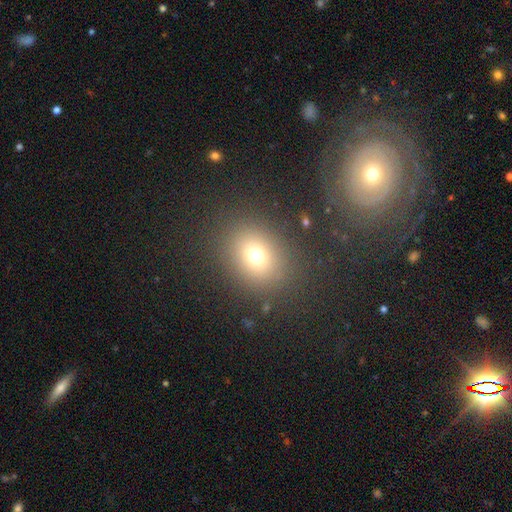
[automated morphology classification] The model was most divided on "how rounded": round: 58%, in between: 41%, cigar-shaped: 1%. More confident: merging — none (84%); smooth or featured — smooth (71%).